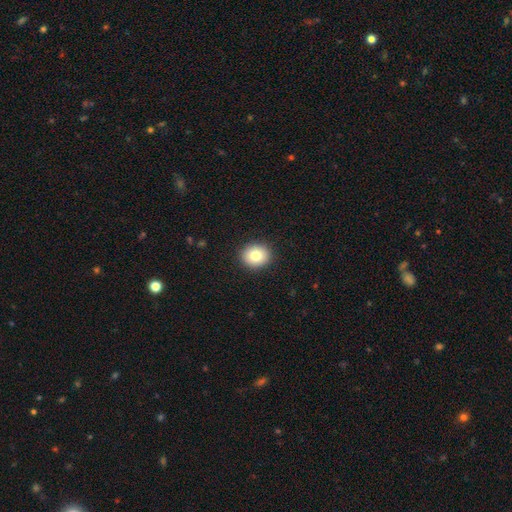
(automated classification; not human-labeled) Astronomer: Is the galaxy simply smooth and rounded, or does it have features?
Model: smooth — 80%.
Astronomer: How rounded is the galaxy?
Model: round — 74%.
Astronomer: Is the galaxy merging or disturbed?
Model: none — 91%.